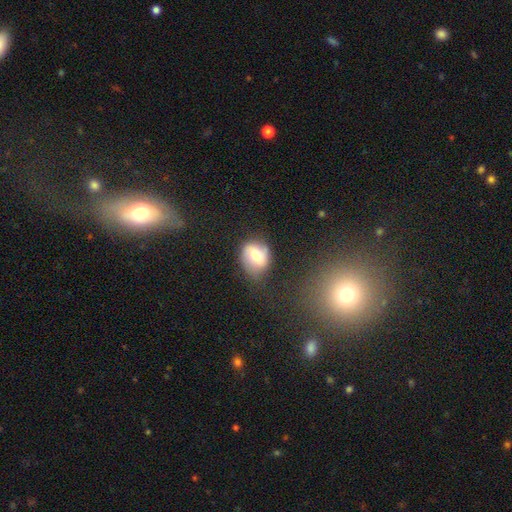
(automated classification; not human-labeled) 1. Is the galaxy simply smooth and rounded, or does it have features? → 53% smooth, 38% featured or disk, 9% star or artifact.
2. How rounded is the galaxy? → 52% round, 47% in between, 1% cigar-shaped.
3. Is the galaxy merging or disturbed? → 67% none, 23% minor disturbance, 8% major disturbance, 3% merger.